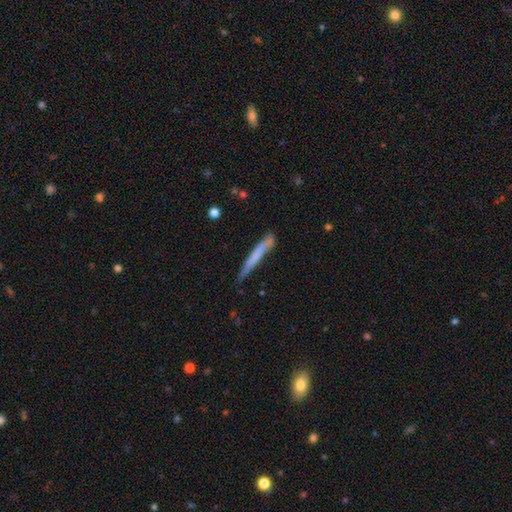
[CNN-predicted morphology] smooth_or_featured: smooth (p=0.63) [alt: featured or disk p=0.31]
how_rounded: cigar-shaped (p=0.96) [alt: in between p=0.03]
merging: none (p=0.66) [alt: minor disturbance p=0.24]